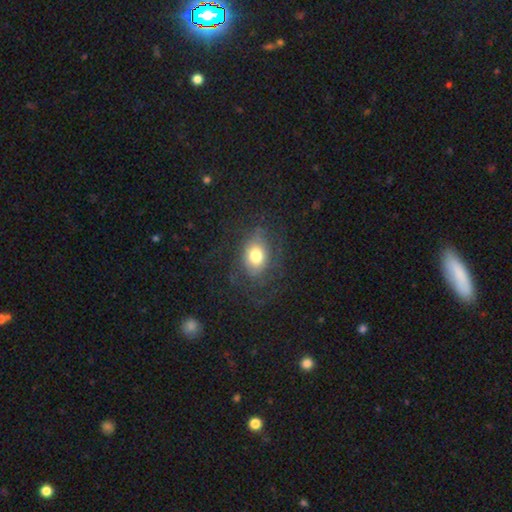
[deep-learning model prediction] Q: Smooth or featured?
A: smooth (50%); runner-up: featured or disk (37%)
Q: How rounded?
A: in between (67%); runner-up: round (31%)
Q: Merging?
A: none (68%); runner-up: minor disturbance (16%)